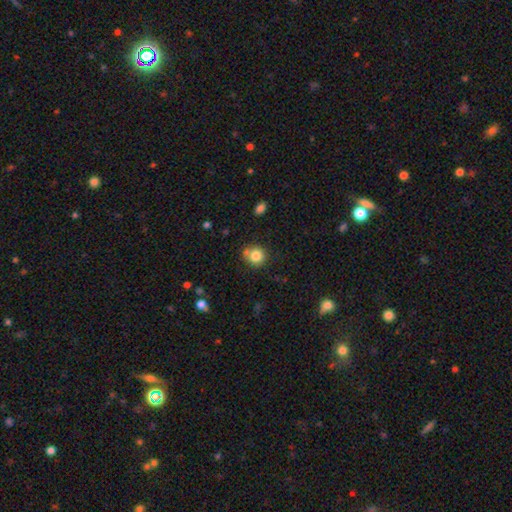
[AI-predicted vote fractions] smooth 83%, star or artifact 11%, featured or disk 7%. Down the decision tree: how rounded — round (87%); merging — none (69%).